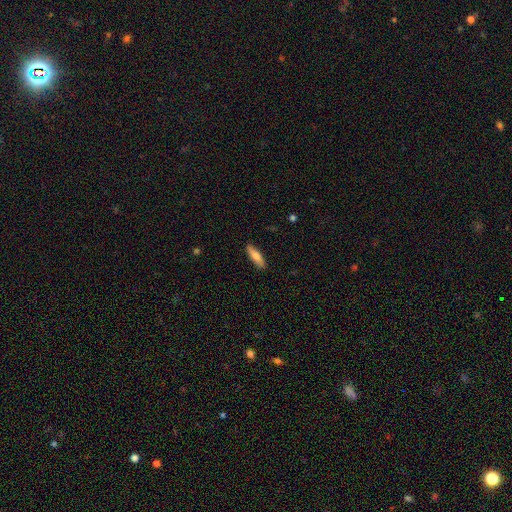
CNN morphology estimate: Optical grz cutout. It shows a smooth galaxy with no disk features (75%) that is cigar-shaped (55%). Merging: none (87%).